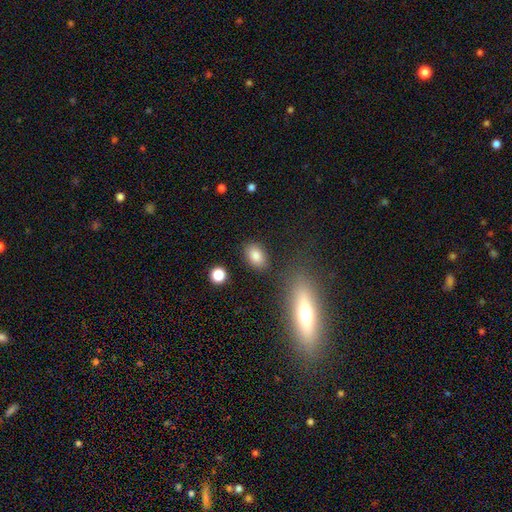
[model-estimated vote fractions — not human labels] A smooth galaxy with no disk features (83%) that is in between round and cigar-shaped (83%).

Vote fractions:
- Smooth or featured? smooth: 83% / star or artifact: 9% / featured or disk: 8%
- How rounded? in between: 83% / round: 16% / cigar-shaped: 2%
- Merging? none: 83% / minor disturbance: 10% / merger: 4% / major disturbance: 3%